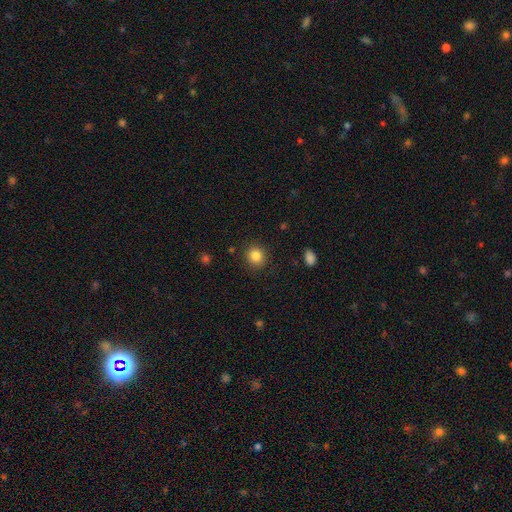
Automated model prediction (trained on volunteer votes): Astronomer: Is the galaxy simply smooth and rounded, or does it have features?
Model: smooth — 85%.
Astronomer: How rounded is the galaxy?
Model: round — 81%.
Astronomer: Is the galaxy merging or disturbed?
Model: none — 88%.